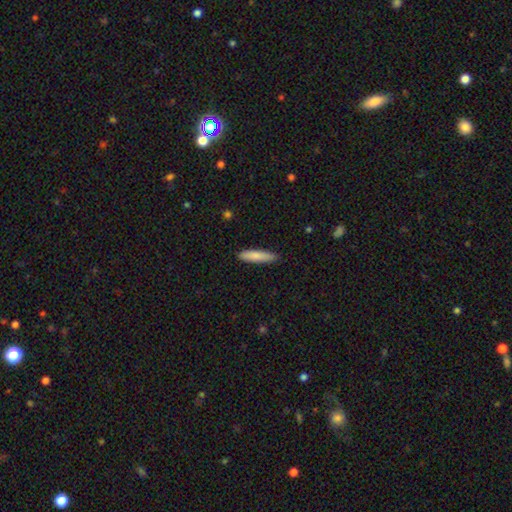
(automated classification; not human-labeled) Smooth or featured: smooth — 82% (featured or disk — 12%)
How rounded: cigar-shaped — 83% (in between — 15%)
Merging: none — 87% (minor disturbance — 10%)